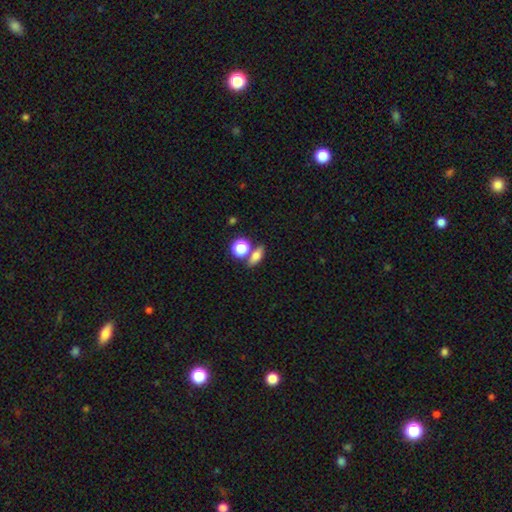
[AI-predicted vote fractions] This appears to be a smooth galaxy with no disk features (68%) that is in between round and cigar-shaped (53%). Merging: none (67%).